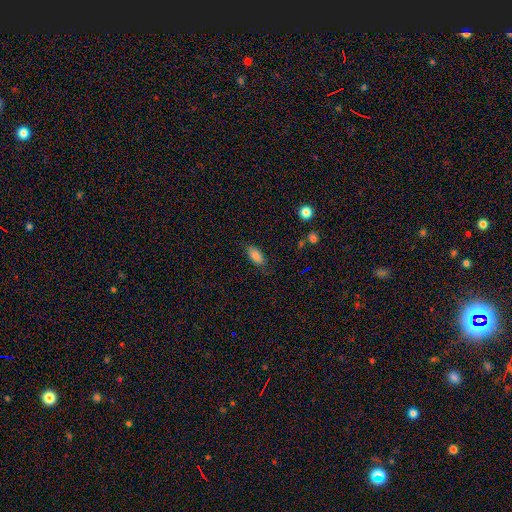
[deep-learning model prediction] Overall: smooth (84%). How rounded: in between (86%). Merging: none (77%).